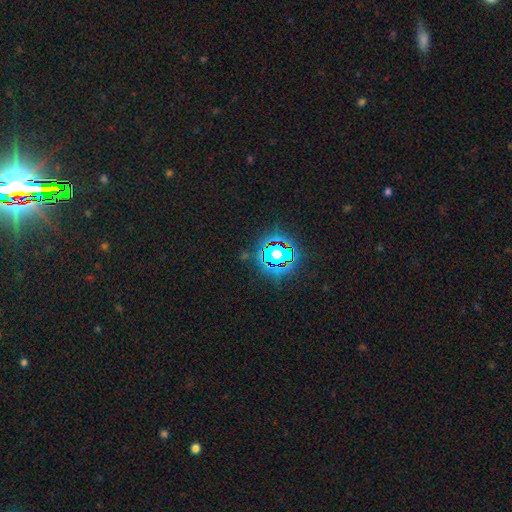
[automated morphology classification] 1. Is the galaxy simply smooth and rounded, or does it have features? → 83% star or artifact, 10% smooth, 7% featured or disk.